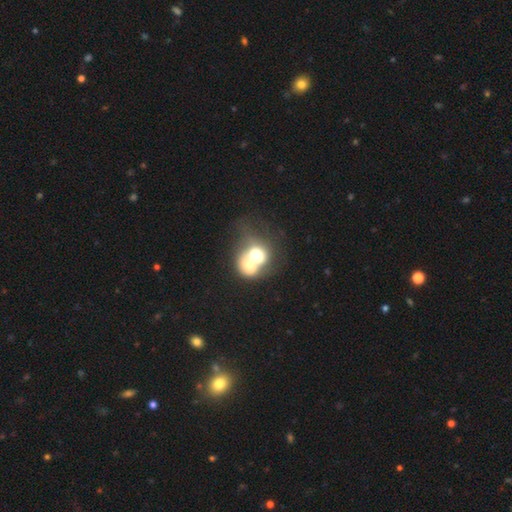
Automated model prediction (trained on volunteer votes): Smooth or featured? smooth (57%)
How rounded? round (57%)
Merging? merger (72%)